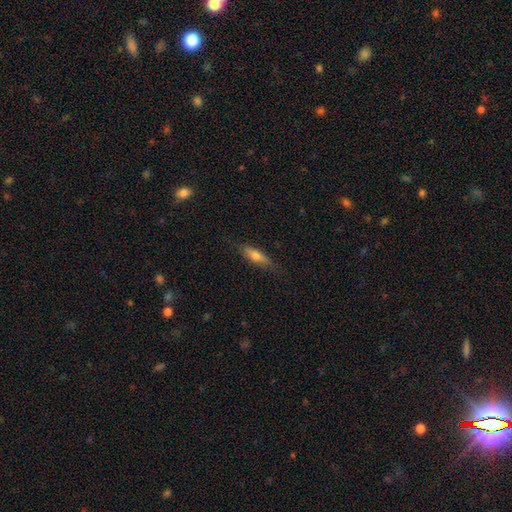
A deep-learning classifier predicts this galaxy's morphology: Q: Smooth or featured?
A: smooth (65%); runner-up: featured or disk (28%)
Q: How rounded?
A: cigar-shaped (57%); runner-up: in between (41%)
Q: Merging?
A: none (80%); runner-up: minor disturbance (16%)